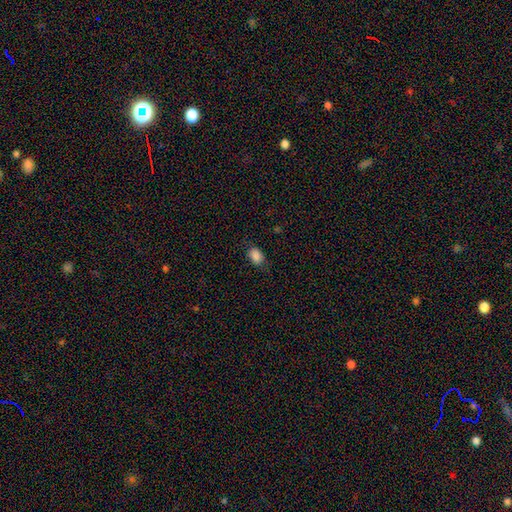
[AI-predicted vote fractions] Morphology: type=smooth (86%); roundness=in between (81%); merging=none (73%).